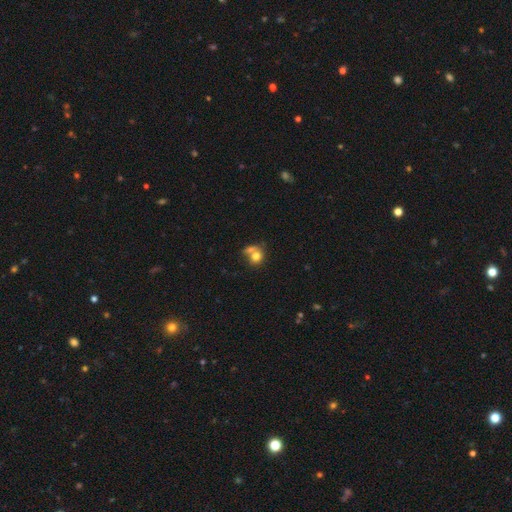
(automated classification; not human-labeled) This appears to be a smooth galaxy with no disk features (76%) that is round (74%). Merging: merger (44%).